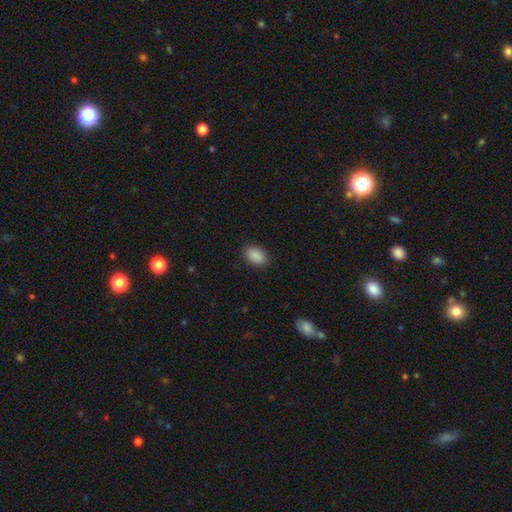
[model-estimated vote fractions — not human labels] Overall: smooth (90%). How rounded: in between (87%). Merging: none (89%).